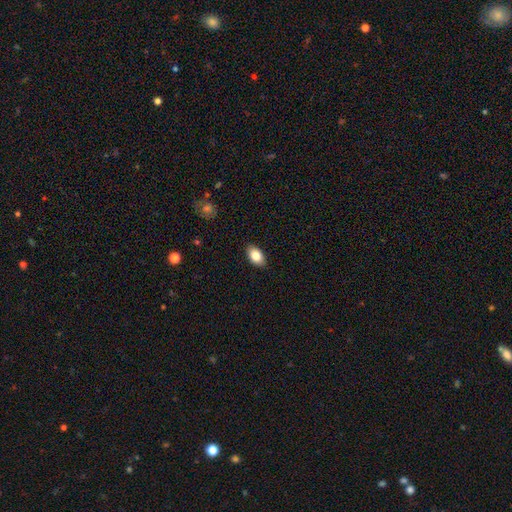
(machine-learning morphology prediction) Smooth or featured?
  - smooth: 83% *
  - featured or disk: 9%
  - star or artifact: 7%
How rounded?
  - in between: 91% *
  - round: 7%
  - cigar-shaped: 2%
Merging?
  - none: 89% *
  - minor disturbance: 9%
  - major disturbance: 2%
  - merger: 1%